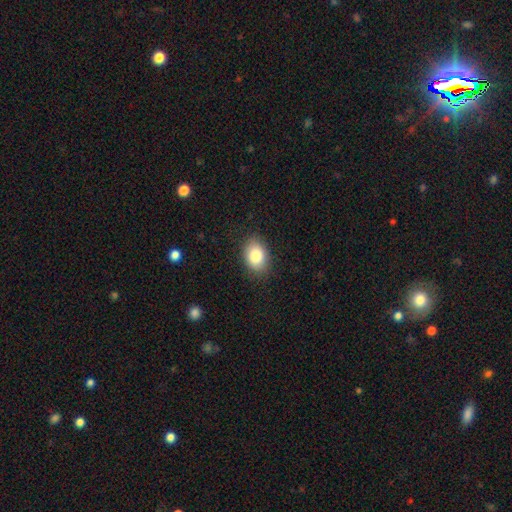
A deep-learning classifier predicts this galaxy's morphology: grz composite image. It shows a smooth galaxy with no disk features (86%) that is in between round and cigar-shaped (80%). Merging: none (85%).